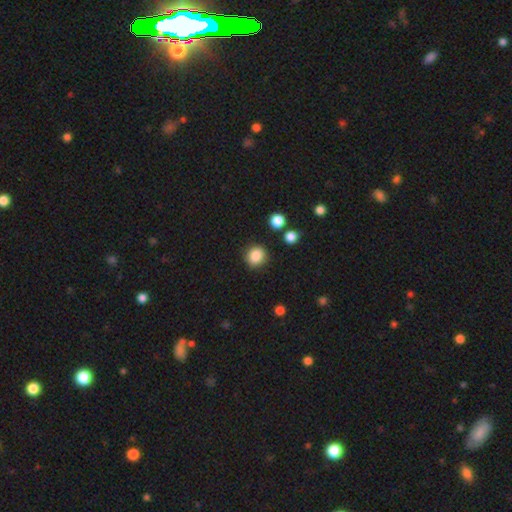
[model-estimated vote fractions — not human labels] A smooth galaxy with no disk features (86%) that is round (84%). Merging: none (85%).